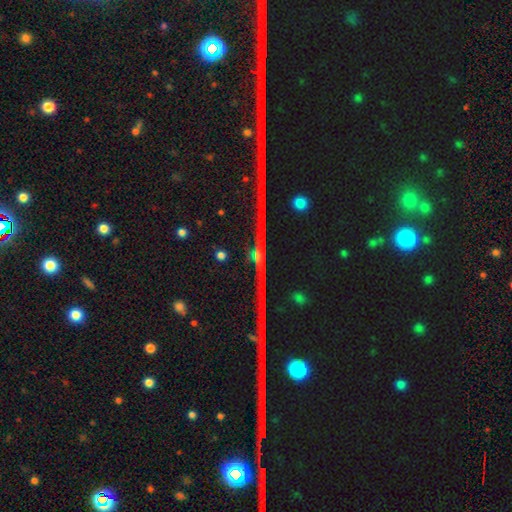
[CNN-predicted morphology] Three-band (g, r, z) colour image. It shows a star or artifact, not a galaxy (61%).